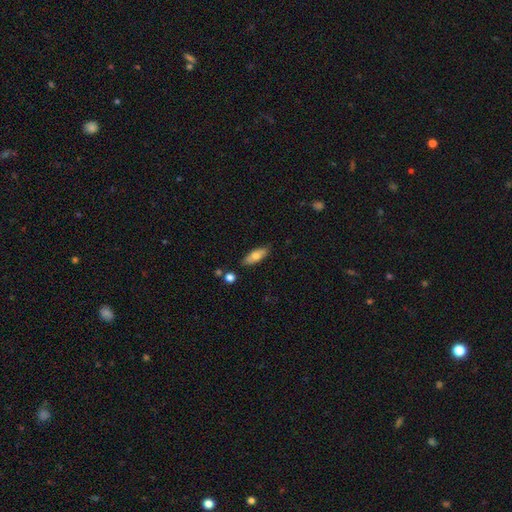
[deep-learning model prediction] This is likely a smooth galaxy (69%). How rounded: likely in between (64%). Merging: clearly none (84%).